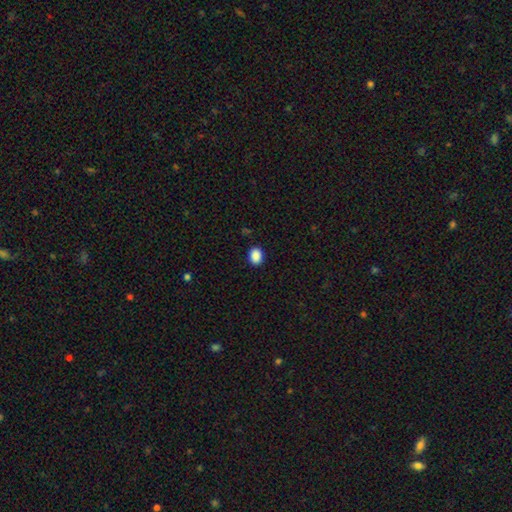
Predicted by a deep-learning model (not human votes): smooth_or_featured: smooth (p=0.89) [alt: star or artifact p=0.08]
how_rounded: in between (p=0.61) [alt: round p=0.38]
merging: none (p=0.89) [alt: minor disturbance p=0.07]